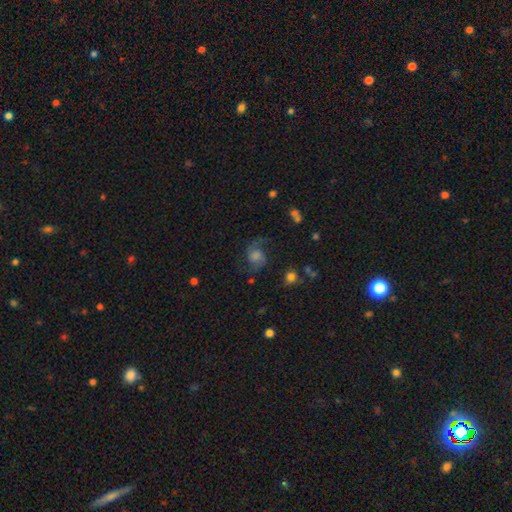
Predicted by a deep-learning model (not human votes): Smooth or featured?
  - featured or disk: 71% *
  - smooth: 16%
  - star or artifact: 13%
Edge-on disk?
  - no: 98% *
  - yes: 2%
Bar?
  - no: 57% *
  - weak: 36%
  - strong: 7%
Spiral arms?
  - yes: 95% *
  - no: 5%
Spiral winding?
  - medium: 48% *
  - loose: 41%
  - tight: 12%
Spiral arm count?
  - 2: 87% *
  - 1: 5%
  - can't tell: 4%
  - 3: 1%
  - 4: 1%
  - more than 4: 1%
Bulge size?
  - moderate: 32% *
  - small: 24%
  - large: 20%
  - none: 20%
  - dominant: 4%
Merging?
  - none: 70% *
  - minor disturbance: 15%
  - major disturbance: 12%
  - merger: 2%